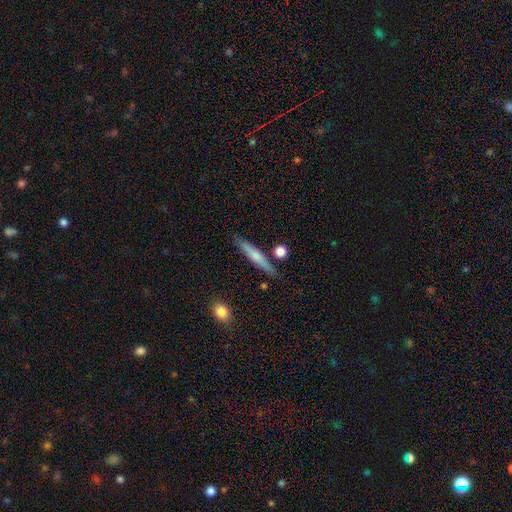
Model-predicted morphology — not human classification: smooth-or-featured: smooth: 62% | featured or disk: 32% | star or artifact: 6%
  how-rounded: cigar-shaped: 87% | in between: 10% | round: 2%
  merging: none: 80% | minor disturbance: 12% | merger: 5% | major disturbance: 3%